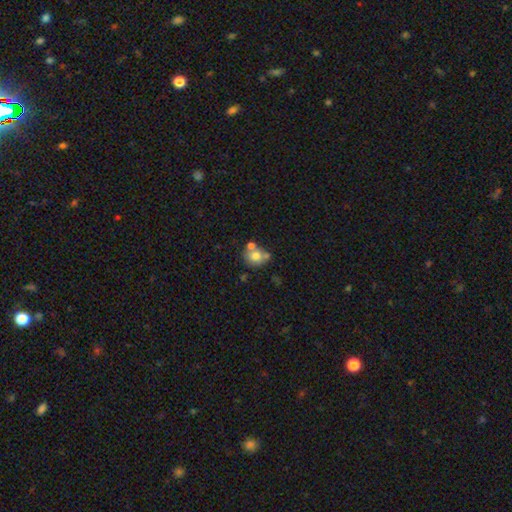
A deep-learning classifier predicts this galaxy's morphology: This appears to be a smooth galaxy with no disk features (70%) that is round (70%). Merging: none (47%).